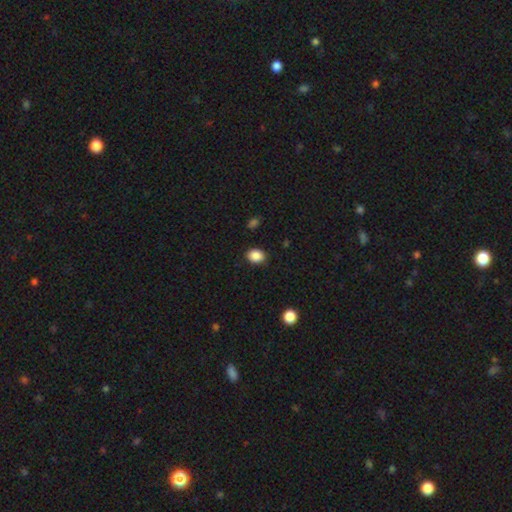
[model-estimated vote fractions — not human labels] Smooth or featured?
  - smooth: 88% *
  - star or artifact: 9%
  - featured or disk: 3%
How rounded?
  - in between: 53% *
  - round: 46%
  - cigar-shaped: 1%
Merging?
  - none: 88% *
  - minor disturbance: 8%
  - major disturbance: 2%
  - merger: 1%